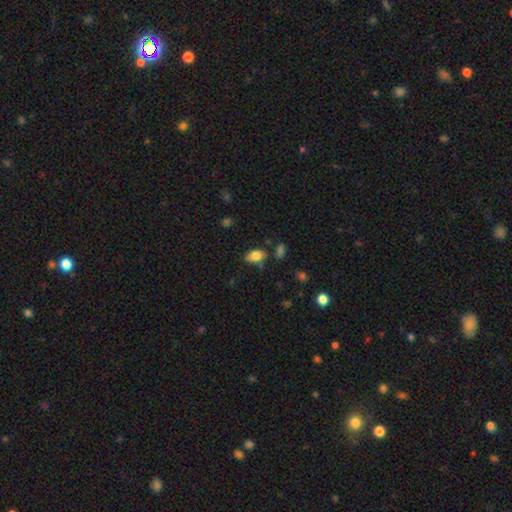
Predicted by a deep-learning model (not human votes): smooth_or_featured: smooth (p=0.83) [alt: featured or disk p=0.09]
how_rounded: in between (p=0.88) [alt: round p=0.10]
merging: none (p=0.72) [alt: minor disturbance p=0.18]